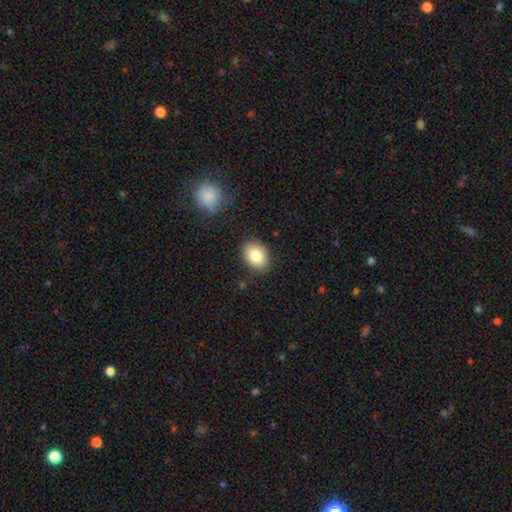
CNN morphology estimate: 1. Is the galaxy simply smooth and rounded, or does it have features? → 83% smooth, 9% featured or disk, 8% star or artifact.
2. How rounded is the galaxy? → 63% in between, 36% round, 1% cigar-shaped.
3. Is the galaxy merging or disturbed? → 85% none, 10% minor disturbance, 3% major disturbance, 2% merger.